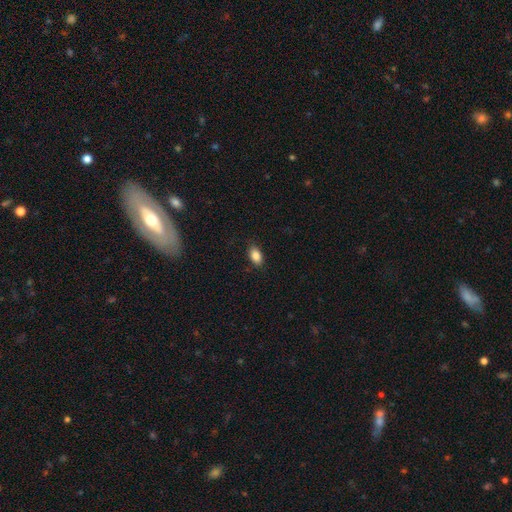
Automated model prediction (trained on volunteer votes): This appears to be a smooth galaxy with no disk features (86%) that is in between round and cigar-shaped (89%). Merging: none (86%).